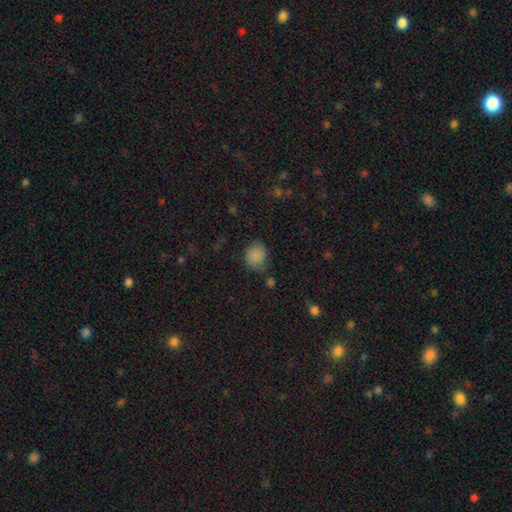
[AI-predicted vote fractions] This is clearly a smooth galaxy (83%). How rounded: possibly round (54%). Merging: likely none (63%).